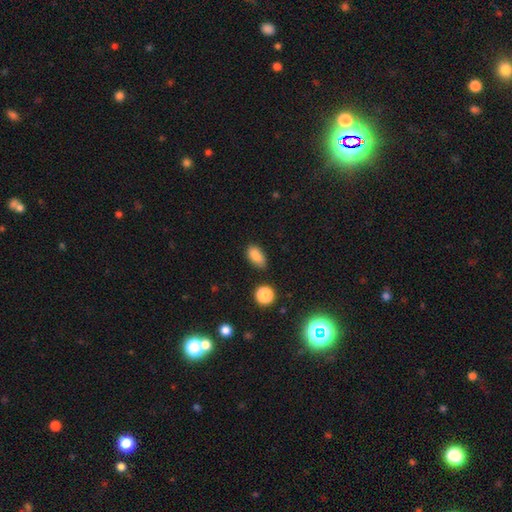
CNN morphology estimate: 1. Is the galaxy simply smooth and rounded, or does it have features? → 85% smooth, 10% star or artifact, 5% featured or disk.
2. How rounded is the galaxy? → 87% in between, 8% round, 6% cigar-shaped.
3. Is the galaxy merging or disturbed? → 72% none, 20% minor disturbance, 4% major disturbance, 4% merger.